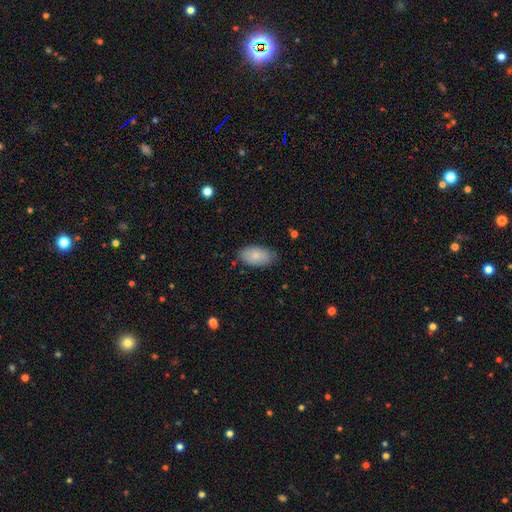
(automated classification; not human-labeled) Q: Smooth or featured?
A: smooth (84%); runner-up: featured or disk (9%)
Q: How rounded?
A: in between (94%); runner-up: round (4%)
Q: Merging?
A: none (78%); runner-up: minor disturbance (18%)